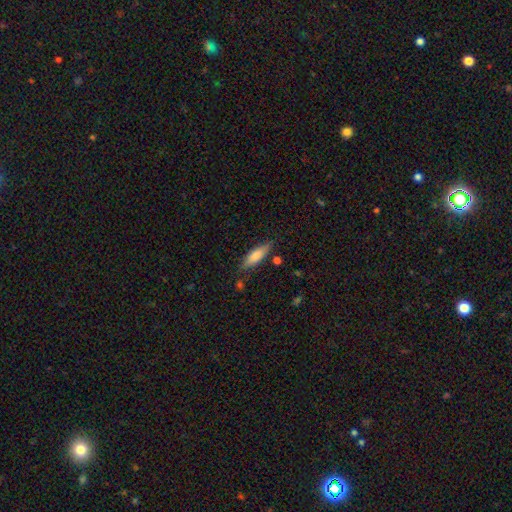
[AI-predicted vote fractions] Overall: smooth (72%). How rounded: cigar-shaped (58%; in between 41%). Merging: none (79%).